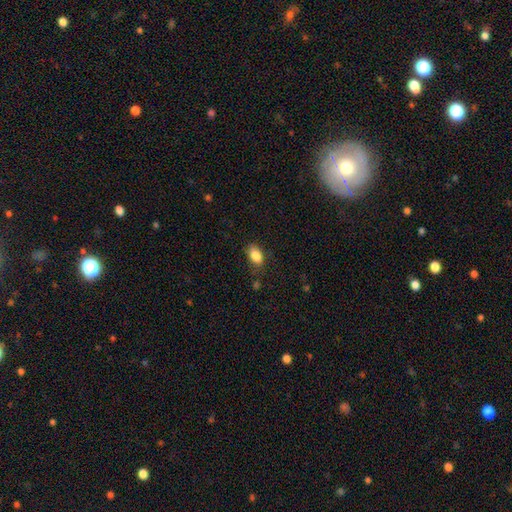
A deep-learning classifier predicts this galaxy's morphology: type=smooth (85%); roundness=in between (88%); merging=none (76%).